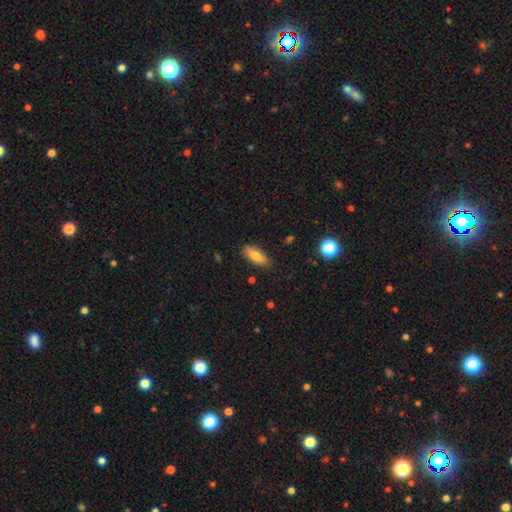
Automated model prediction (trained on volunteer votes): smooth 79%, featured or disk 14%, star or artifact 8%. Down the decision tree: how rounded — in between (75%); merging — none (85%).